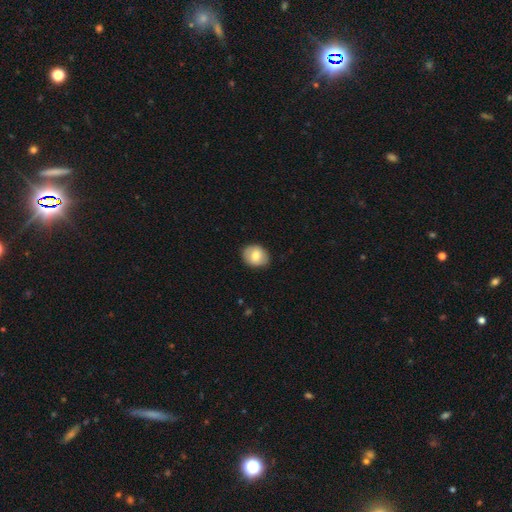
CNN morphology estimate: Smooth or featured? Predicted: smooth (p=0.76). How rounded? Predicted: round (p=0.52). Merging? Predicted: none (p=0.86).